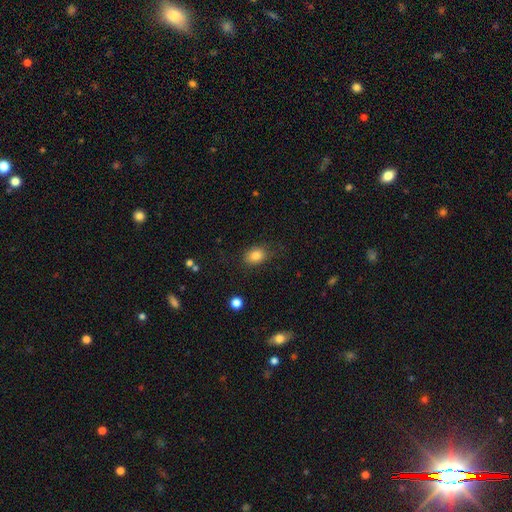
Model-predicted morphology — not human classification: type=smooth (82%); roundness=in between (60%); merging=none (79%).